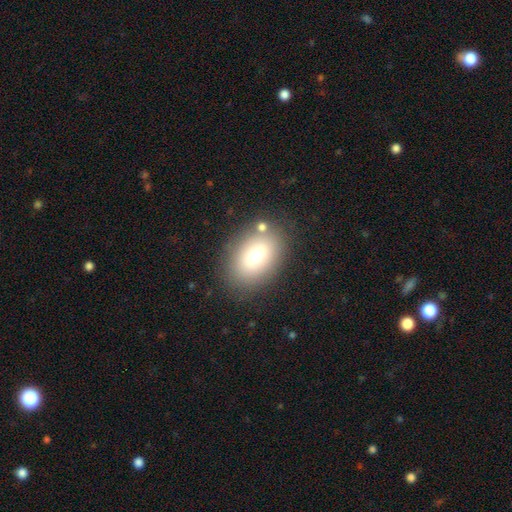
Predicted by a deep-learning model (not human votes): Q: Smooth or featured?
A: smooth (72%); runner-up: featured or disk (17%)
Q: How rounded?
A: in between (78%); runner-up: round (20%)
Q: Merging?
A: none (79%); runner-up: minor disturbance (11%)